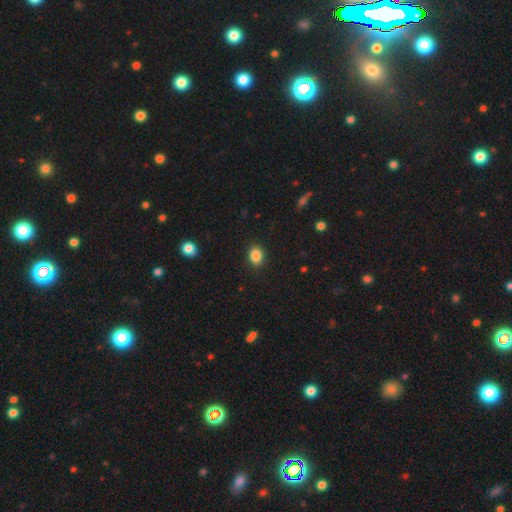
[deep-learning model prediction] The model was most divided on "how rounded": in between: 60%, round: 39%, cigar-shaped: 1%. More confident: merging — none (89%); smooth or featured — smooth (86%).